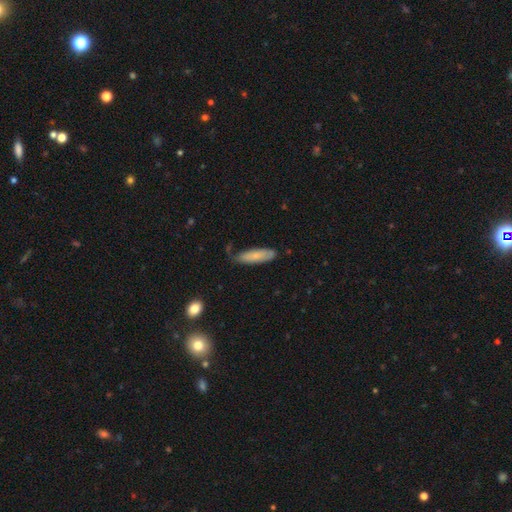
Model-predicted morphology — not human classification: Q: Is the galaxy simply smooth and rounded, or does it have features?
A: smooth — 74%.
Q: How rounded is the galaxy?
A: cigar-shaped — 62%.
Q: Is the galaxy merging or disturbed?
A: none — 65%.